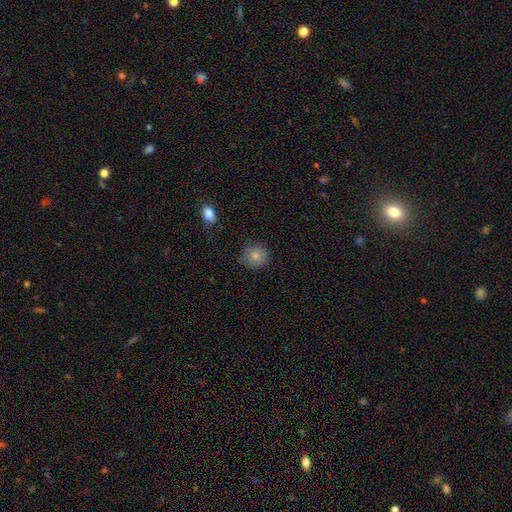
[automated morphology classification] A smooth galaxy with no disk features (80%) that is round (89%). Merging: none (77%).